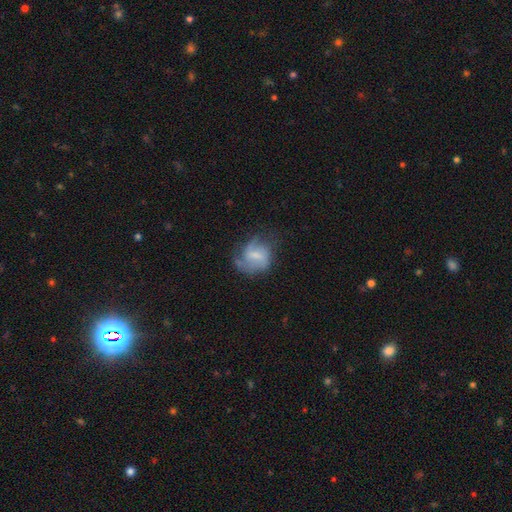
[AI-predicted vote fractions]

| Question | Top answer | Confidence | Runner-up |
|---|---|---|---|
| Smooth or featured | featured or disk | 50% | smooth (41%) |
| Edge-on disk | no | 97% | yes (3%) |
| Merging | none | 43% | minor disturbance (29%) |